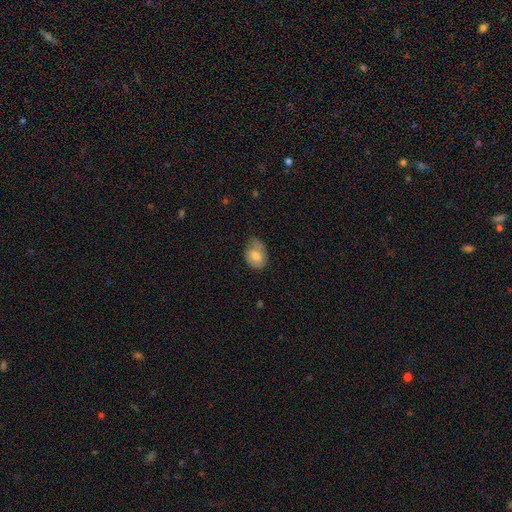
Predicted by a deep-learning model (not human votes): Smooth or featured? smooth (75%)
How rounded? in between (66%)
Merging? none (46%)